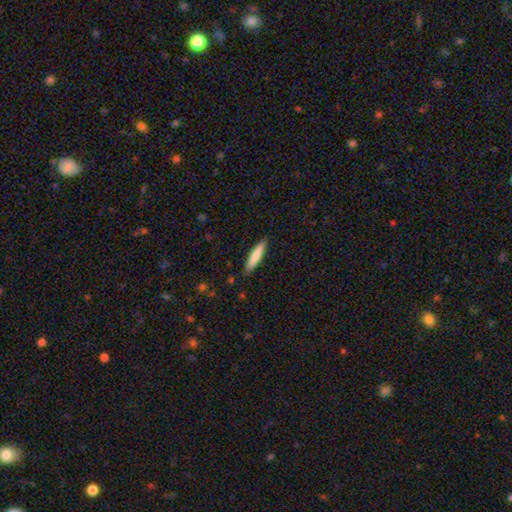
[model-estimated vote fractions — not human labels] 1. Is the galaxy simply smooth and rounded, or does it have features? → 81% smooth, 14% featured or disk, 5% star or artifact.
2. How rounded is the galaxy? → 86% cigar-shaped, 13% in between, 1% round.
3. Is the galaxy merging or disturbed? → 88% none, 9% minor disturbance, 2% major disturbance, 1% merger.